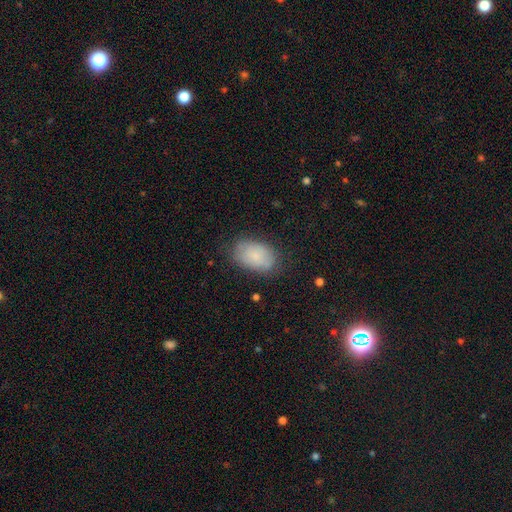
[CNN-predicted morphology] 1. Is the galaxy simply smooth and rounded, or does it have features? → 82% smooth, 11% featured or disk, 7% star or artifact.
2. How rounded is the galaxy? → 90% in between, 9% round, 1% cigar-shaped.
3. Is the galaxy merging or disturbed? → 74% none, 19% minor disturbance, 6% major disturbance, 1% merger.